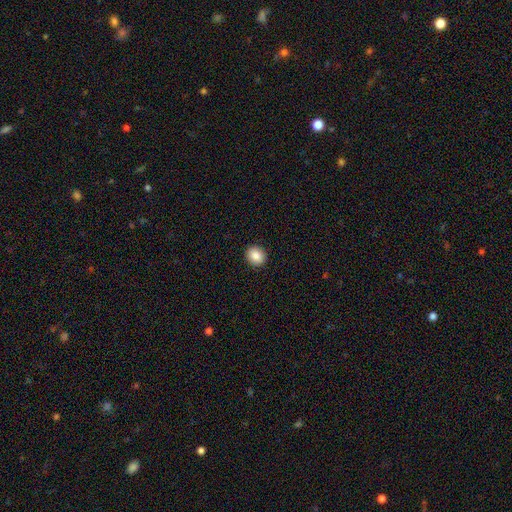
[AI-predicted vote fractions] Smooth or featured? smooth (86%)
How rounded? round (80%)
Merging? none (92%)